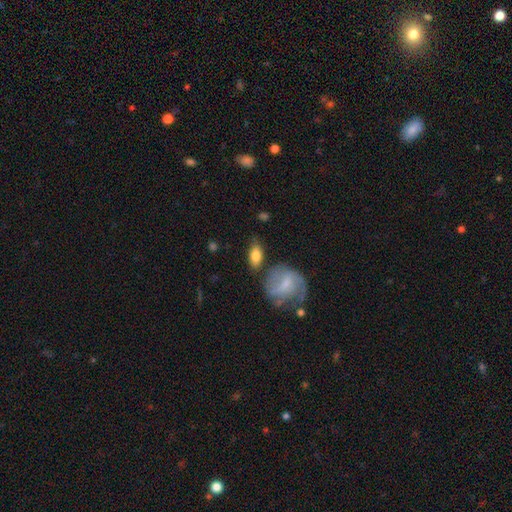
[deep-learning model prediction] smooth-or-featured: smooth: 77% | featured or disk: 16% | star or artifact: 7%
  how-rounded: in between: 85% | round: 9% | cigar-shaped: 7%
  merging: none: 68% | minor disturbance: 18% | merger: 8% | major disturbance: 6%